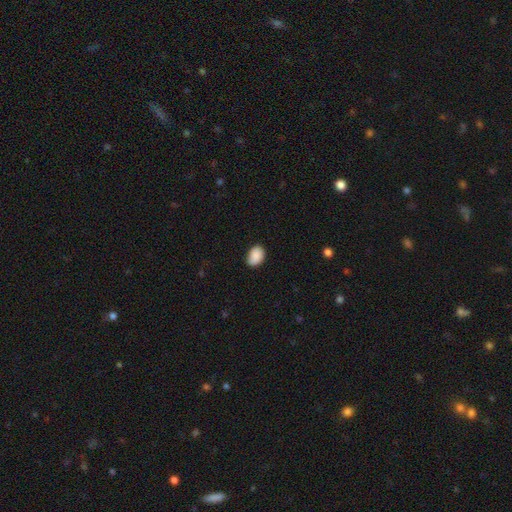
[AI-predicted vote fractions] Q: Smooth or featured?
A: smooth (88%); runner-up: star or artifact (7%)
Q: How rounded?
A: in between (78%); runner-up: round (21%)
Q: Merging?
A: none (76%); runner-up: minor disturbance (19%)